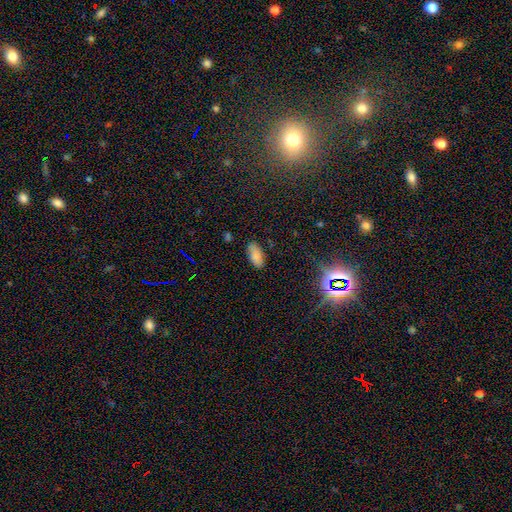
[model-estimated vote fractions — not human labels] This appears to be a smooth galaxy with no disk features (82%) that is in between round and cigar-shaped (92%). Merging: none (81%).